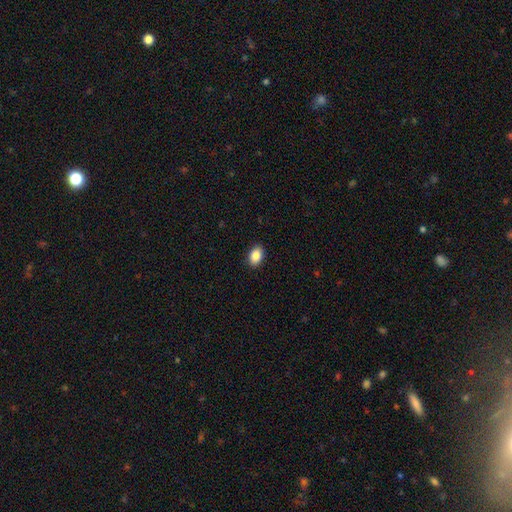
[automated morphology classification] Smooth or featured?
  - smooth: 88% *
  - star or artifact: 8%
  - featured or disk: 4%
How rounded?
  - in between: 85% *
  - round: 14%
  - cigar-shaped: 1%
Merging?
  - none: 89% *
  - minor disturbance: 8%
  - major disturbance: 2%
  - merger: 1%